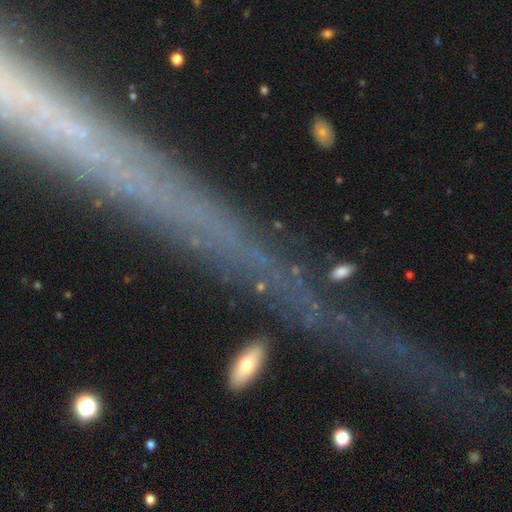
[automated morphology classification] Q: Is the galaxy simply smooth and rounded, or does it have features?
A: featured or disk — 43%.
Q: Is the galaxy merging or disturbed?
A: none — 68%.